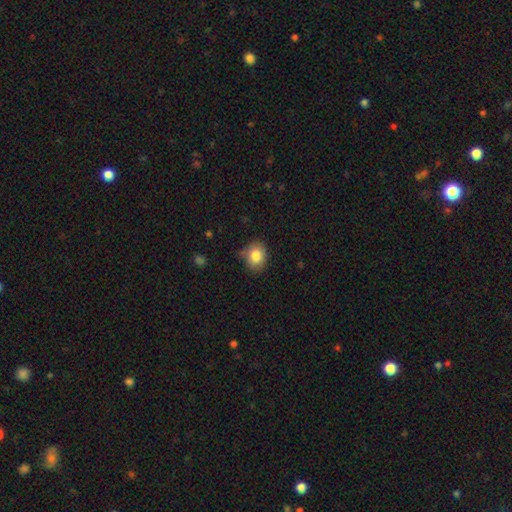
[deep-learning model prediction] Smooth or featured? Predicted: smooth (p=0.83). How rounded? Predicted: round (p=0.54). Merging? Predicted: none (p=0.75).